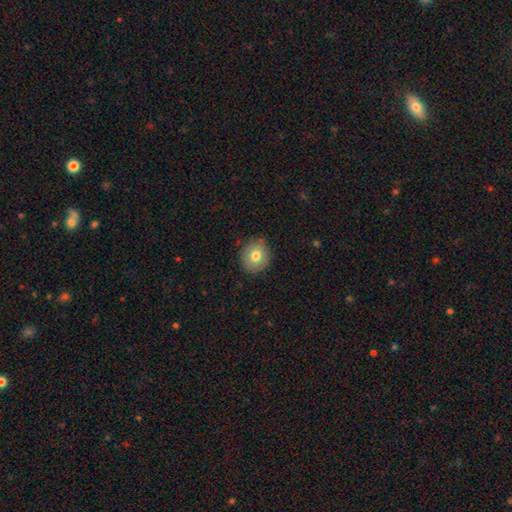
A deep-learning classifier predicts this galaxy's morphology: A smooth galaxy with no disk features (77%) that is round (78%).

Vote fractions:
- Smooth or featured? smooth: 77% / featured or disk: 14% / star or artifact: 9%
- How rounded? round: 78% / in between: 21% / cigar-shaped: 1%
- Merging? none: 86% / minor disturbance: 11% / major disturbance: 2% / merger: 1%